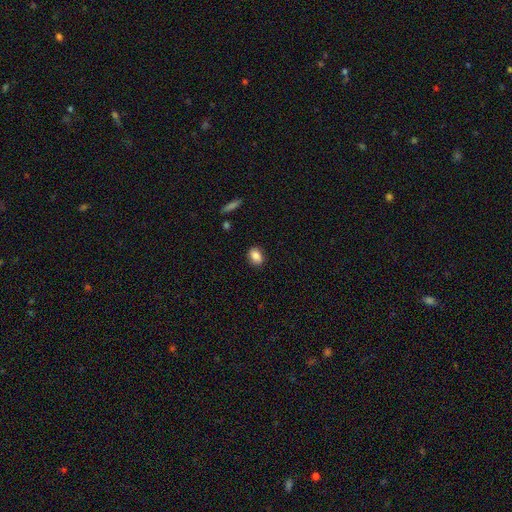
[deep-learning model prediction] This appears to be a smooth galaxy with no disk features (86%) that is in between round and cigar-shaped (70%). Merging: none (87%).